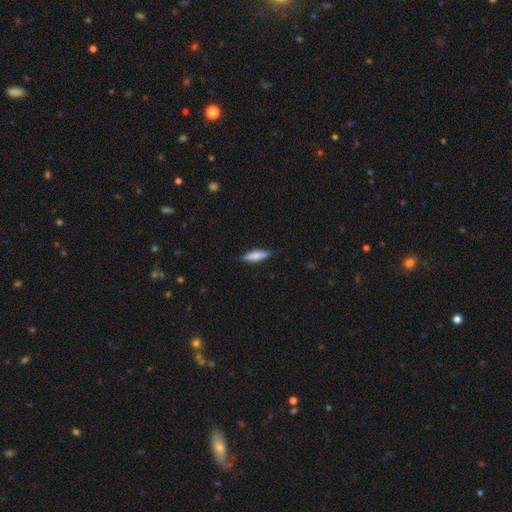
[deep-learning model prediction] Q: Smooth or featured?
A: smooth (72%); runner-up: featured or disk (22%)
Q: How rounded?
A: cigar-shaped (65%); runner-up: in between (33%)
Q: Merging?
A: none (83%); runner-up: minor disturbance (14%)